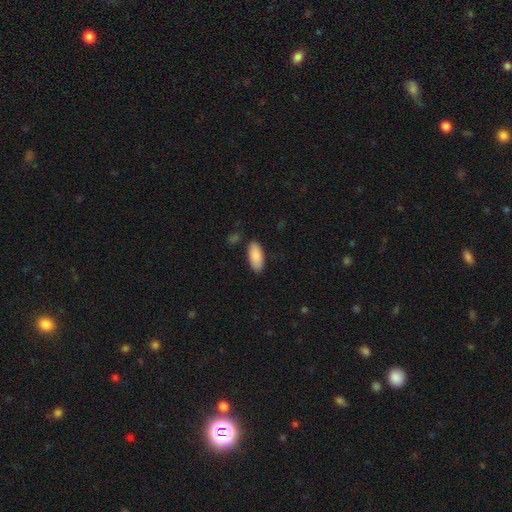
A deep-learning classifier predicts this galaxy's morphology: Smooth or featured? Predicted: smooth (p=0.88). How rounded? Predicted: in between (p=0.89). Merging? Predicted: none (p=0.85).